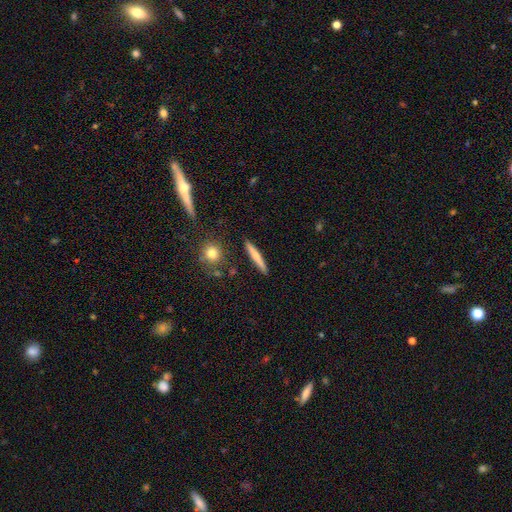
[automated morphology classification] A smooth galaxy with no disk features (64%) that is cigar-shaped (94%).

Vote fractions:
- Smooth or featured? smooth: 64% / featured or disk: 29% / star or artifact: 6%
- How rounded? cigar-shaped: 94% / in between: 4% / round: 2%
- Merging? none: 89% / minor disturbance: 7% / merger: 2% / major disturbance: 2%